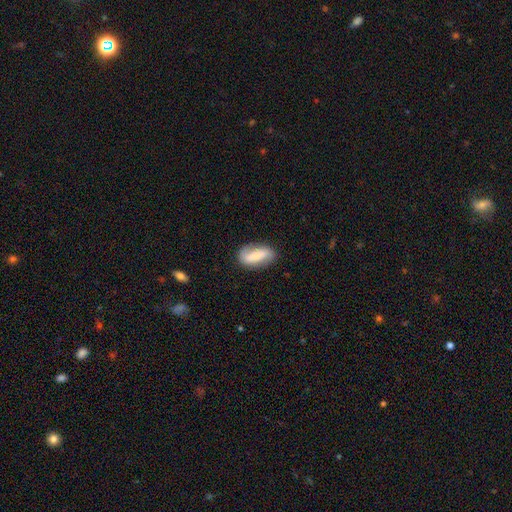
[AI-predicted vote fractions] Q: Smooth or featured?
A: featured or disk (48%); runner-up: smooth (45%)
Q: Merging?
A: none (80%); runner-up: minor disturbance (15%)